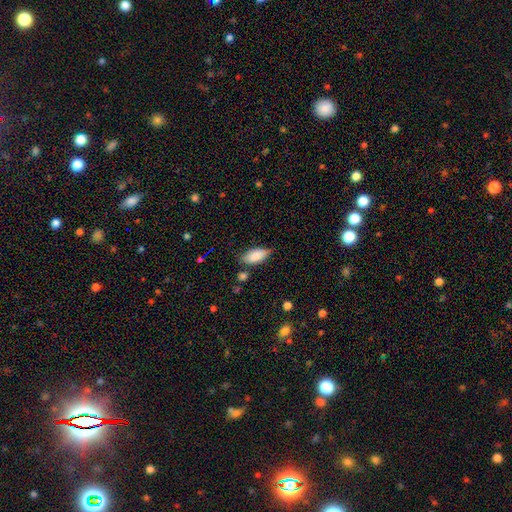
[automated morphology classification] This appears to be a smooth galaxy with no disk features (83%) that is in between round and cigar-shaped (86%). Merging: none (70%).